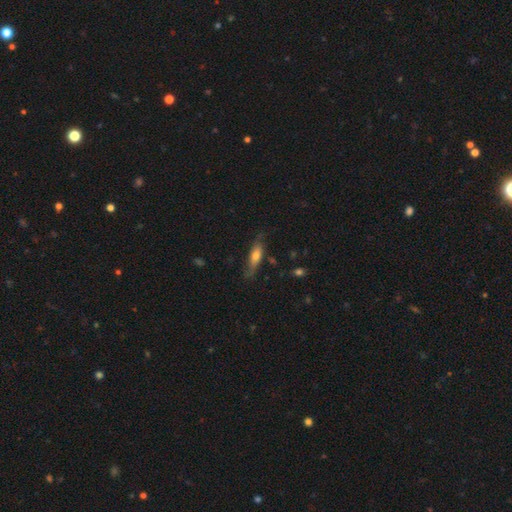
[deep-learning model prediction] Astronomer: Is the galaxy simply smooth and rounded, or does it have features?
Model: smooth — 53% (runner-up: featured or disk, 41%).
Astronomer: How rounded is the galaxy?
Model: cigar-shaped — 56% (runner-up: in between, 41%).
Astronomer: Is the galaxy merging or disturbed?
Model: none — 68%.